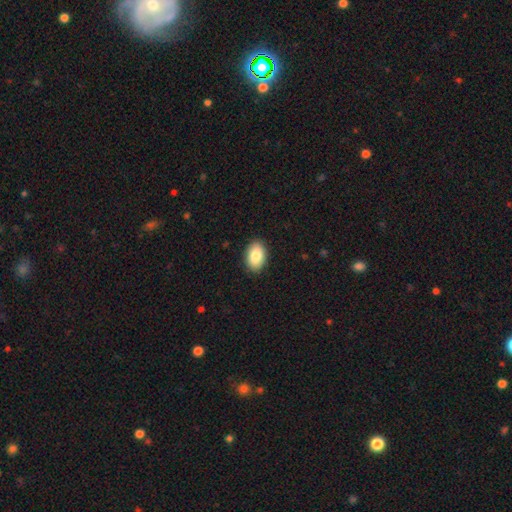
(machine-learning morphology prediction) Overall: smooth (86%). How rounded: in between (89%). Merging: none (89%).